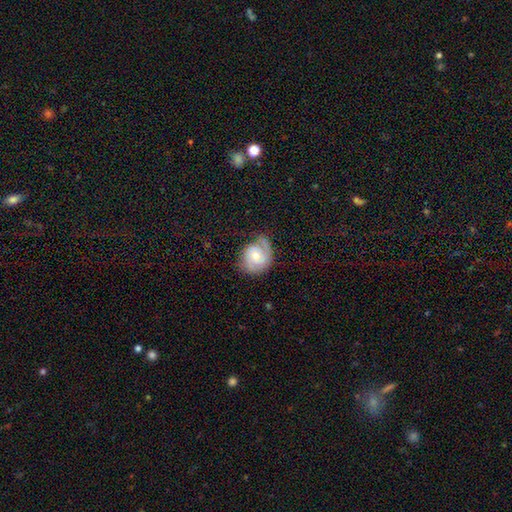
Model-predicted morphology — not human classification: featured or disk 72%, smooth 22%, star or artifact 6%. Down the decision tree: edge-on disk — no (97%); bar — no (63%); spiral arms — yes (91%); spiral arm count — 2 (52%); spiral winding — tight (50%); bulge size — moderate (52%); merging — none (56%).